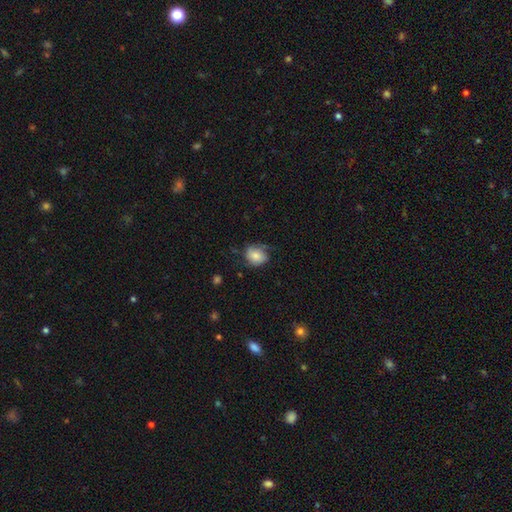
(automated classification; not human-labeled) This appears to be a smooth galaxy with no disk features (71%) that is round (54%). Merging: none (55%).